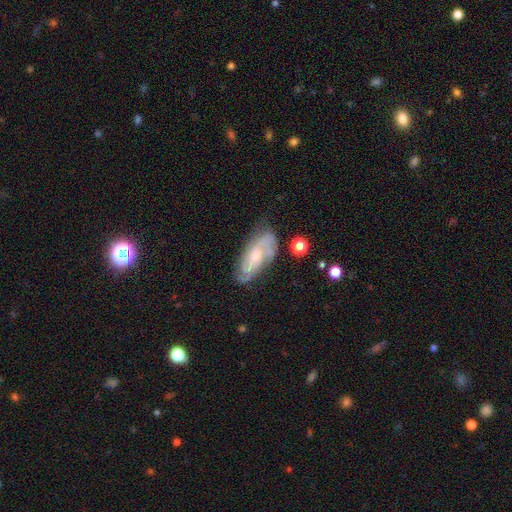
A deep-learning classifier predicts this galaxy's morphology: This is likely a featured or disk galaxy (78%). It is clearly not viewed edge-on (92%). Bar: possibly no (58%). Spiral arm pattern: clearly yes (95%). Spiral arm count: possibly 2 (46%). Spiral winding: marginally medium (44%). Central bulge: marginally moderate (44%). Merging: likely none (73%).